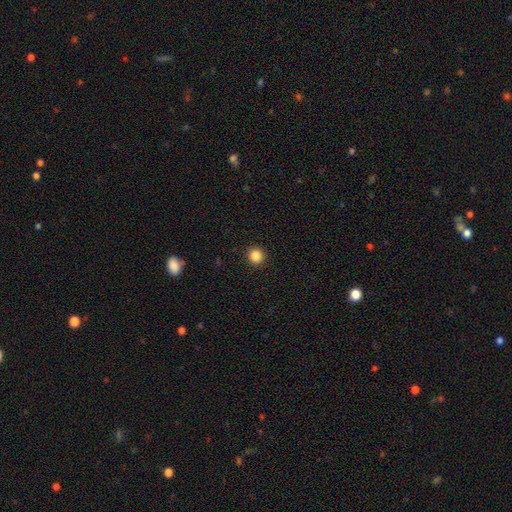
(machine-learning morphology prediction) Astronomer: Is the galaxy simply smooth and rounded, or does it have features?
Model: smooth — 85%.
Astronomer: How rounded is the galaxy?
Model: round — 93%.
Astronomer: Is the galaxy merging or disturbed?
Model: none — 93%.